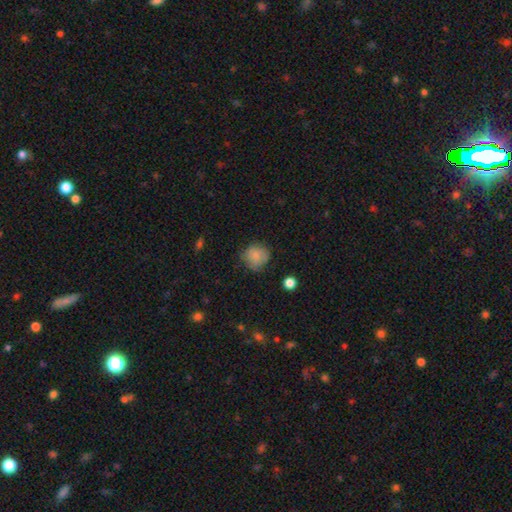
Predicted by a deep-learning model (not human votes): Smooth or featured? Predicted: smooth (p=0.81). How rounded? Predicted: round (p=0.85). Merging? Predicted: none (p=0.69).